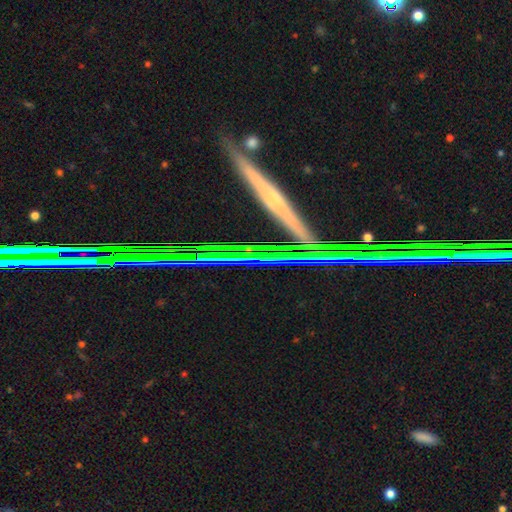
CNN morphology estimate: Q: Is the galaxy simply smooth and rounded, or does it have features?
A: featured or disk — 62%.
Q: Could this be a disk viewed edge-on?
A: yes — 85%.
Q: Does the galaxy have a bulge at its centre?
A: none — 44%, tied with rounded.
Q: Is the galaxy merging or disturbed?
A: none — 65%.